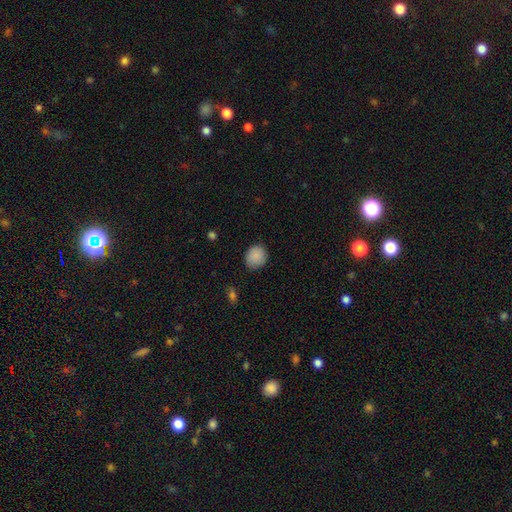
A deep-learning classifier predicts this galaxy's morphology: smooth-or-featured: smooth: 87% | star or artifact: 8% | featured or disk: 5%
  how-rounded: round: 81% | in between: 18% | cigar-shaped: 1%
  merging: none: 84% | minor disturbance: 12% | major disturbance: 3% | merger: 1%